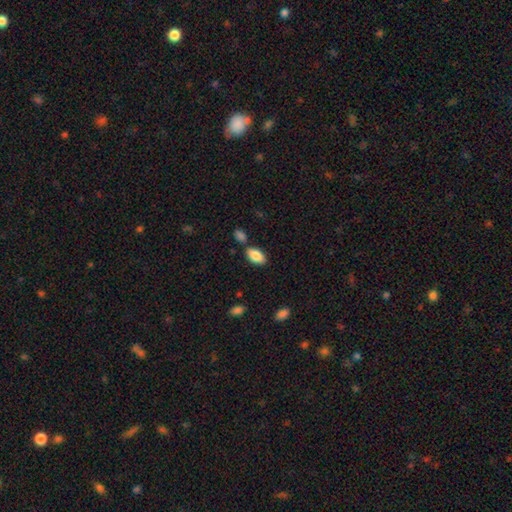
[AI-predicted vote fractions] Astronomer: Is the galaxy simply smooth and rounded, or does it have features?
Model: smooth — 86%.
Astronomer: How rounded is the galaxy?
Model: in between — 94%.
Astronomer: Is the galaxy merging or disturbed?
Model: none — 72%.